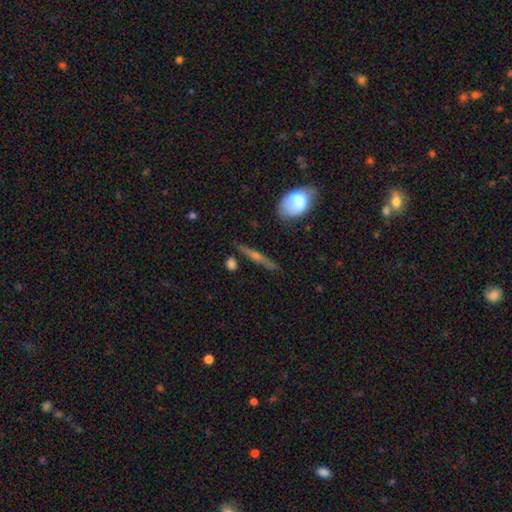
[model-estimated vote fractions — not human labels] Smooth or featured?
  - featured or disk: 61% *
  - smooth: 30%
  - star or artifact: 9%
Edge-on disk?
  - yes: 94% *
  - no: 6%
Edge-on bulge?
  - rounded: 86% *
  - none: 9%
  - boxy: 5%
Merging?
  - none: 83% *
  - minor disturbance: 11%
  - major disturbance: 3%
  - merger: 3%